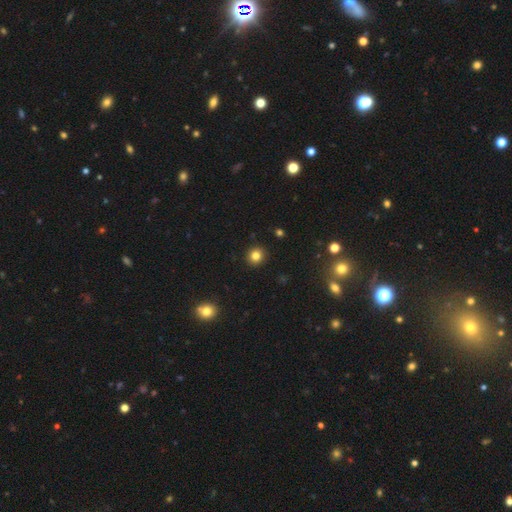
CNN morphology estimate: A smooth galaxy with no disk features (82%) that is round (90%).

Vote fractions:
- Smooth or featured? smooth: 82% / star or artifact: 12% / featured or disk: 6%
- How rounded? round: 90% / in between: 9% / cigar-shaped: 1%
- Merging? none: 92% / minor disturbance: 5% / major disturbance: 2% / merger: 1%